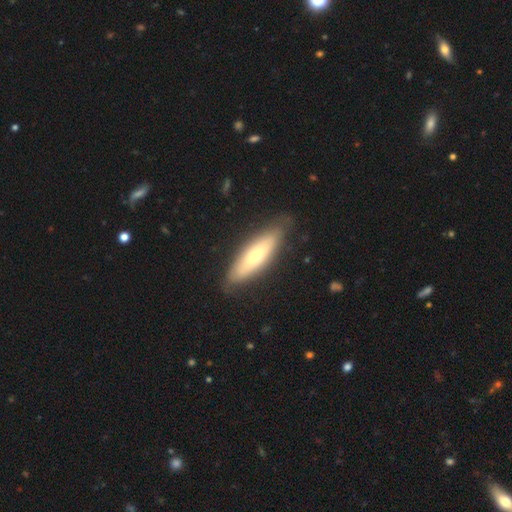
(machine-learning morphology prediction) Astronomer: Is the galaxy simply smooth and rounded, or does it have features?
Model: smooth — 53% (runner-up: featured or disk, 41%).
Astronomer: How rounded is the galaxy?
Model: cigar-shaped — 52% (runner-up: in between, 46%).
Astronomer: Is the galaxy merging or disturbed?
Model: none — 80%.